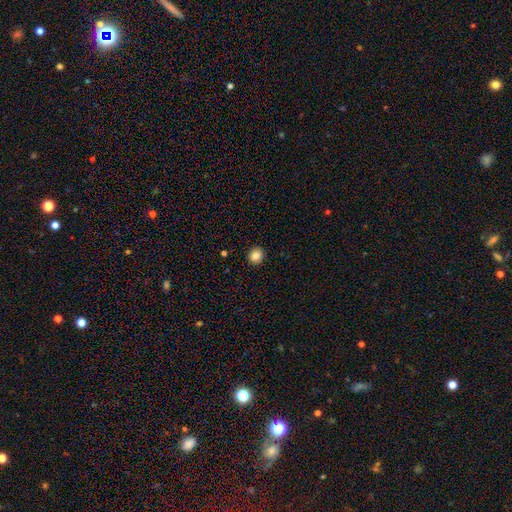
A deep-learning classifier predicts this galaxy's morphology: The model was most divided on "how rounded": round: 86%, in between: 13%, cigar-shaped: 1%. More confident: merging — none (92%); smooth or featured — smooth (84%).